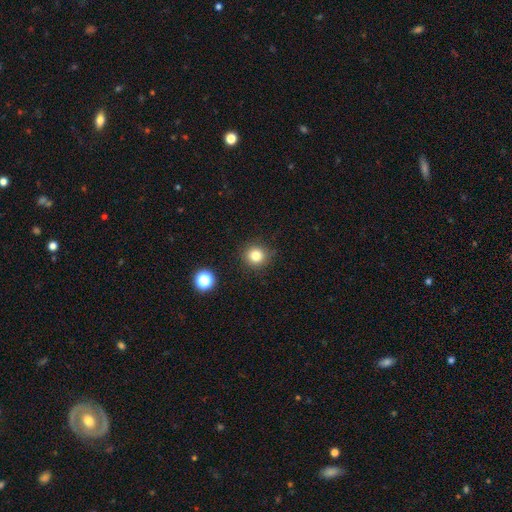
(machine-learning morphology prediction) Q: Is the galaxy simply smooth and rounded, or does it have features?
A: smooth — 81%.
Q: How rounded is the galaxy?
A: round — 92%.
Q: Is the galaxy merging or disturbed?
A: none — 87%.